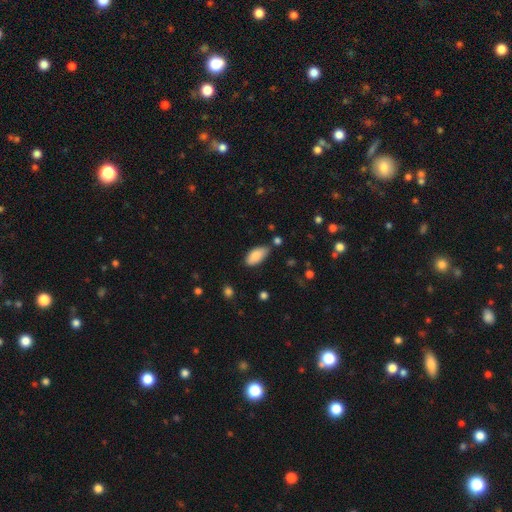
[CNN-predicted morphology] A smooth galaxy with no disk features (84%) that is in between round and cigar-shaped (93%). Merging: none (74%).